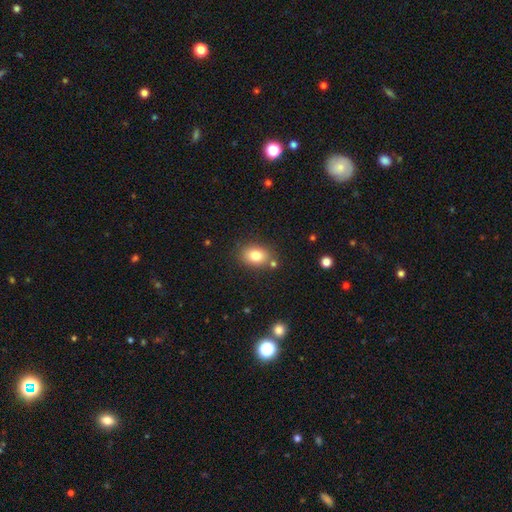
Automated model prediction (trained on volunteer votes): Smooth or featured? Predicted: smooth (p=0.82). How rounded? Predicted: in between (p=0.70). Merging? Predicted: none (p=0.78).